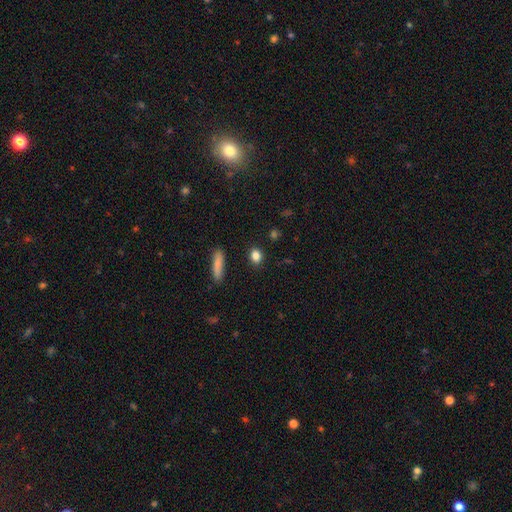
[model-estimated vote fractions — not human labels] This is clearly a smooth galaxy (84%). How rounded: possibly in between (48%). Merging: clearly none (88%).